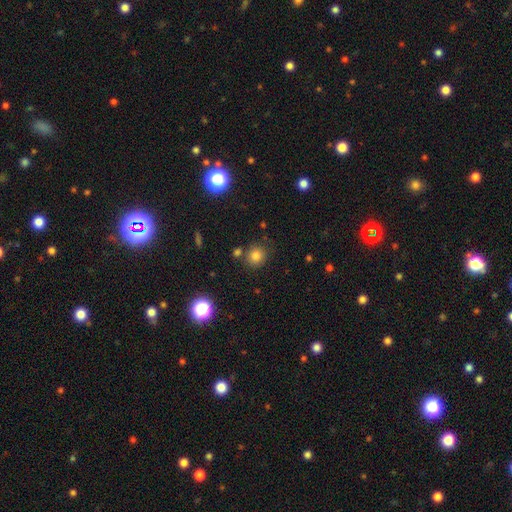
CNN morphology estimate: The model was most divided on "smooth or featured": smooth: 78%, star or artifact: 15%, featured or disk: 7%. More confident: how rounded — round (85%); merging — none (78%).